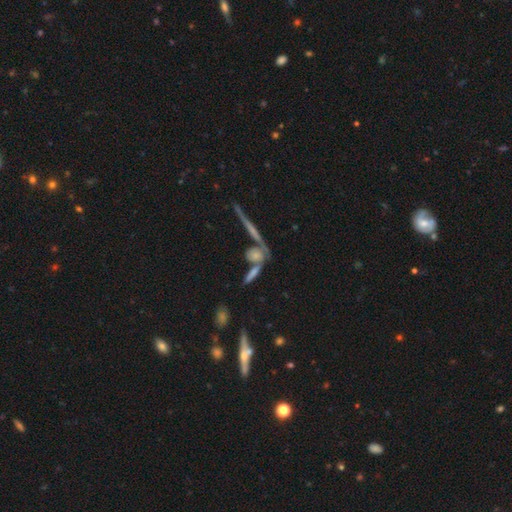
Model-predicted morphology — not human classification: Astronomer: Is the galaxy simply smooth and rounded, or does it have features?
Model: featured or disk — 56%.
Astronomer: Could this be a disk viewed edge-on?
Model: yes — 75%.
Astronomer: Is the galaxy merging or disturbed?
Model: none — 51% (runner-up: merger, 30%).